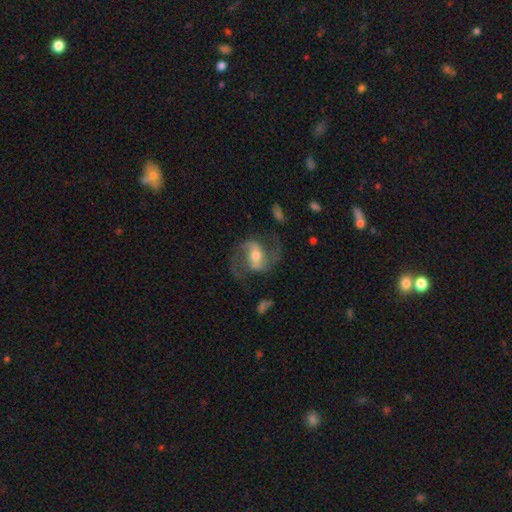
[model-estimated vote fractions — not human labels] featured or disk 87%, smooth 8%, star or artifact 5%. Down the decision tree: edge-on disk — no (97%); bar — weak (42%); spiral arms — yes (96%); spiral arm count — 2 (92%); spiral winding — medium (55%); bulge size — moderate (64%); merging — none (72%).